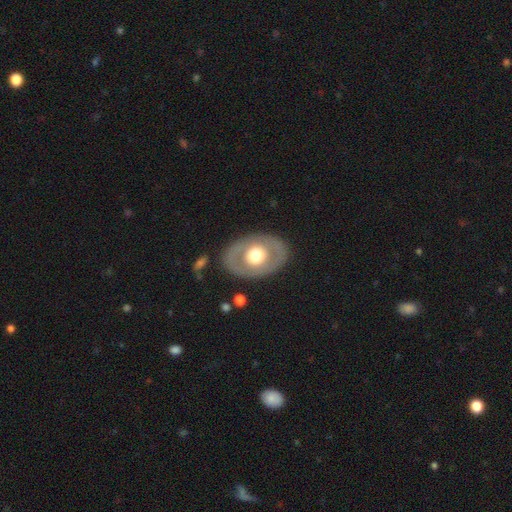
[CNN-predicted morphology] A featured or disk galaxy (52%). Merging: none (83%).